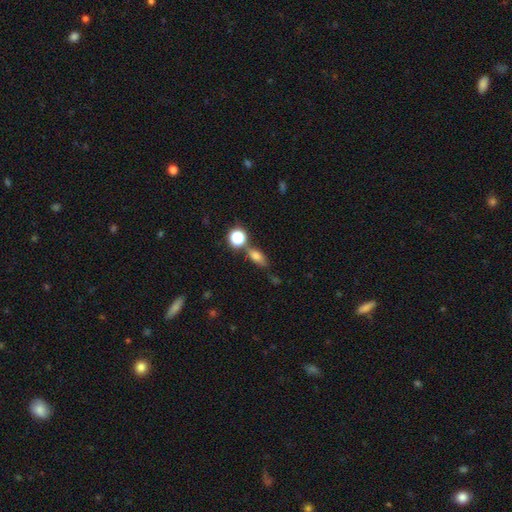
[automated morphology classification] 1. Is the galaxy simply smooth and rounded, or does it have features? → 70% smooth, 16% star or artifact, 14% featured or disk.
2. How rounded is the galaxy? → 67% in between, 19% round, 15% cigar-shaped.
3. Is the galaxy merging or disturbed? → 61% none, 17% minor disturbance, 15% merger, 6% major disturbance.